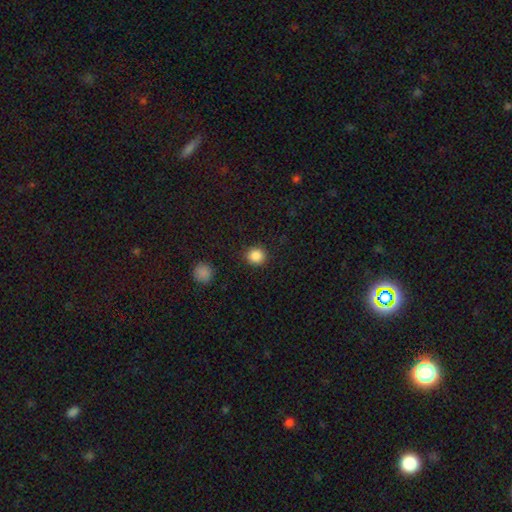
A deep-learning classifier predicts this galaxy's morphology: Overall: smooth (87%). How rounded: round (90%). Merging: none (90%).